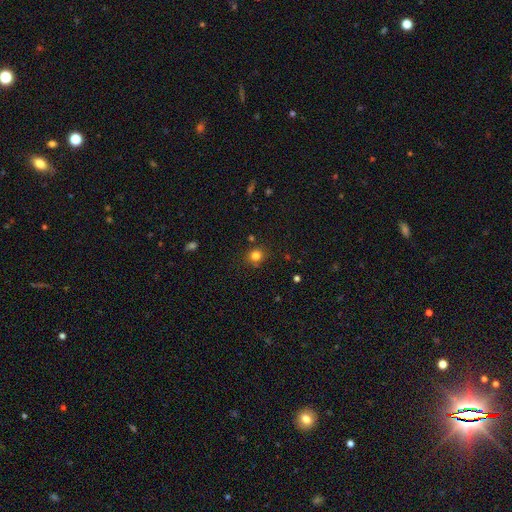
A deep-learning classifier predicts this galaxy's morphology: This appears to be a smooth galaxy with no disk features (81%) that is round (86%). Merging: none (86%).